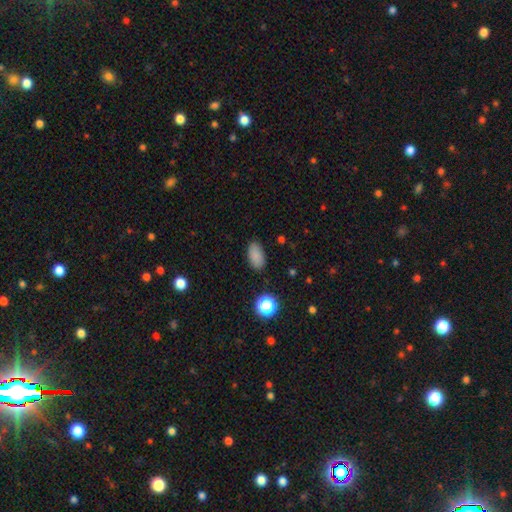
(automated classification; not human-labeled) Smooth or featured?
  - smooth: 84% *
  - star or artifact: 11%
  - featured or disk: 5%
How rounded?
  - in between: 91% *
  - round: 6%
  - cigar-shaped: 3%
Merging?
  - none: 85% *
  - minor disturbance: 10%
  - major disturbance: 3%
  - merger: 1%